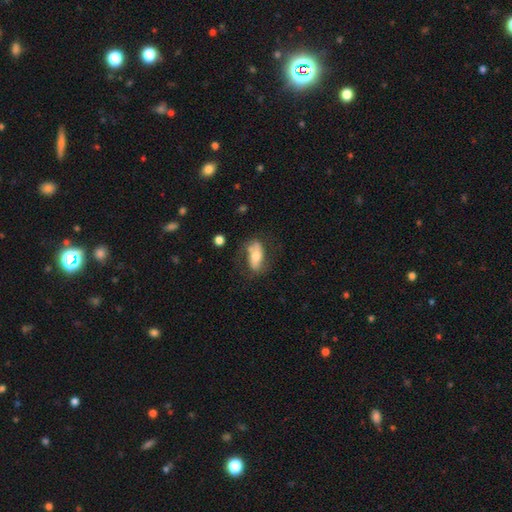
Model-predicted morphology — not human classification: Smooth or featured? Predicted: smooth (p=0.52). How rounded? Predicted: in between (p=0.80). Merging? Predicted: none (p=0.58).